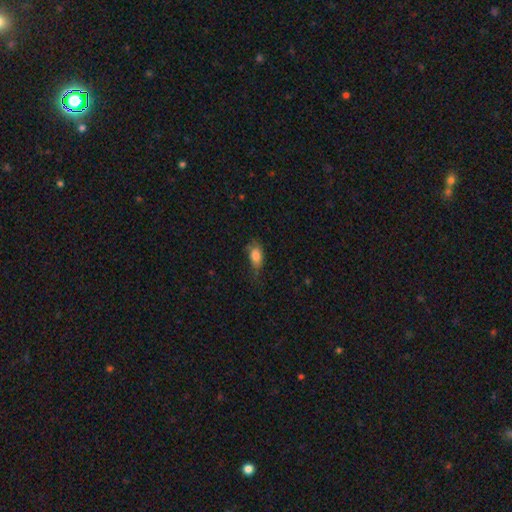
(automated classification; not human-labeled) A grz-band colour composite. It shows a smooth galaxy with no disk features (81%) that is in between round and cigar-shaped (87%). Merging: none (48%).